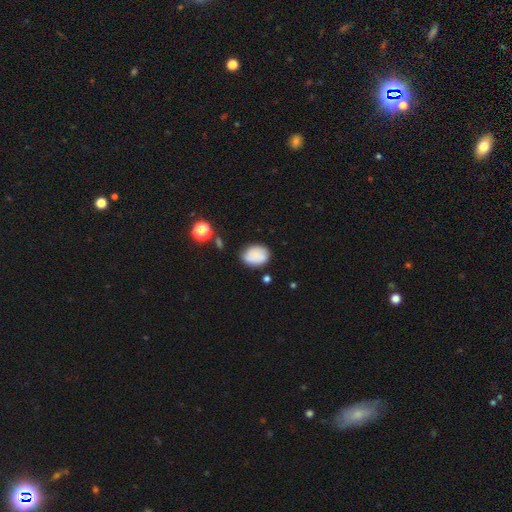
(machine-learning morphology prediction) smooth-or-featured: smooth: 84% | star or artifact: 8% | featured or disk: 8%
  how-rounded: in between: 71% | round: 28% | cigar-shaped: 1%
  merging: none: 72% | minor disturbance: 19% | major disturbance: 4% | merger: 4%